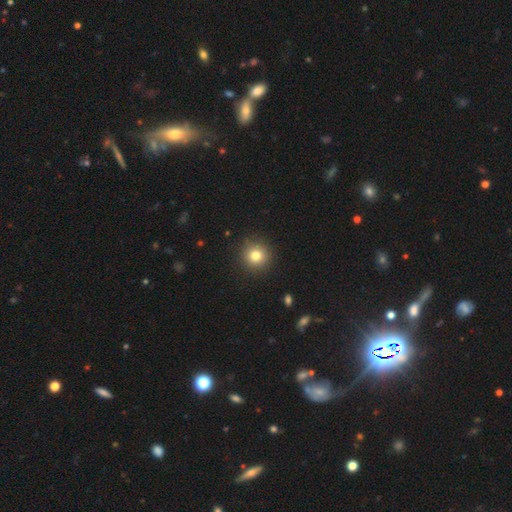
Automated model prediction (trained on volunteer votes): A smooth galaxy with no disk features (80%) that is round (94%). Merging: none (90%).